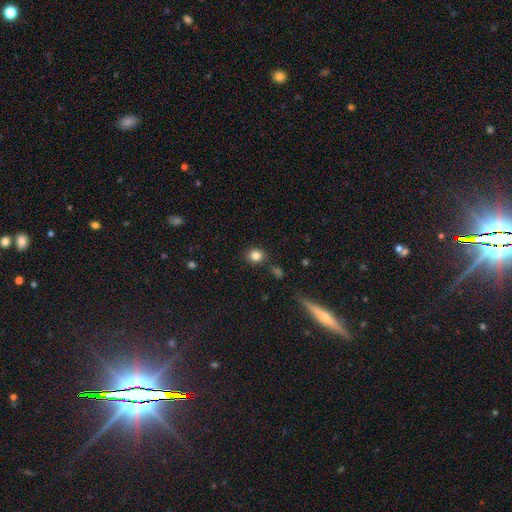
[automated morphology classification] The model was most divided on "how rounded": round: 78%, in between: 21%, cigar-shaped: 1%. More confident: merging — none (84%); smooth or featured — smooth (83%).